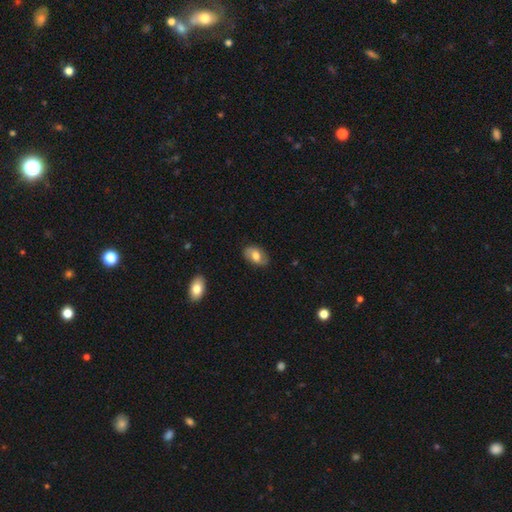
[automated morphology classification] A smooth galaxy with no disk features (62%) that is in between round and cigar-shaped (89%). Merging: none (81%).